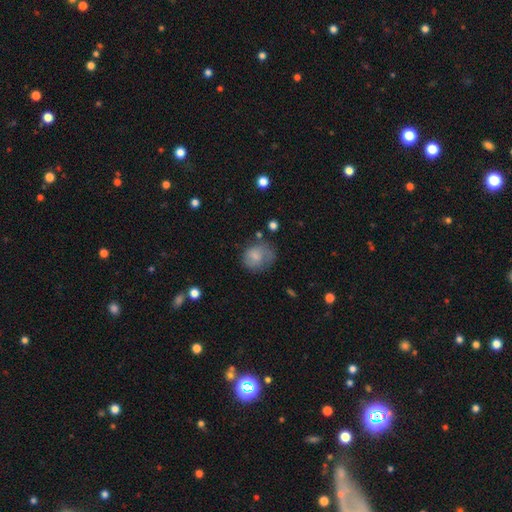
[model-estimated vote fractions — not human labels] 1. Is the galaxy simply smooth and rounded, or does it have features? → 71% smooth, 20% featured or disk, 9% star or artifact.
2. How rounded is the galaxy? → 59% round, 40% in between, 1% cigar-shaped.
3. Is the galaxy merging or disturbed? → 52% none, 28% minor disturbance, 16% major disturbance, 3% merger.